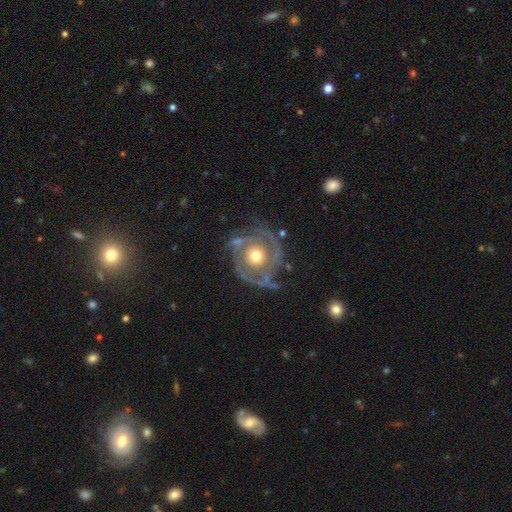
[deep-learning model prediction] This appears to be a featured or disk galaxy (85%) with no bar (85%), 2 (47%) tight (58%) spiral arms (89%) and a moderate central bulge (74%). Merging: none (64%).